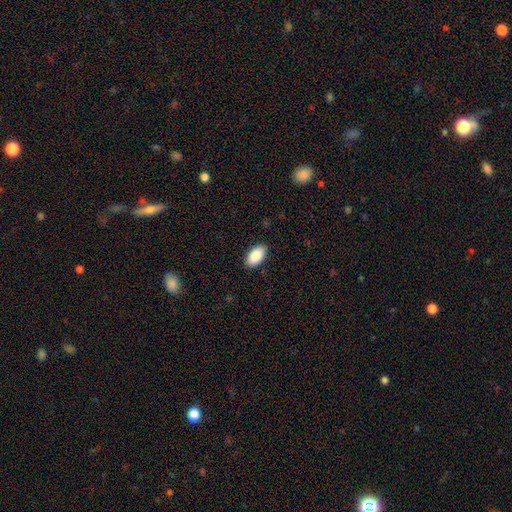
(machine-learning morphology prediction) Q: Smooth or featured?
A: smooth (89%); runner-up: star or artifact (6%)
Q: How rounded?
A: in between (95%); runner-up: cigar-shaped (3%)
Q: Merging?
A: none (89%); runner-up: minor disturbance (8%)